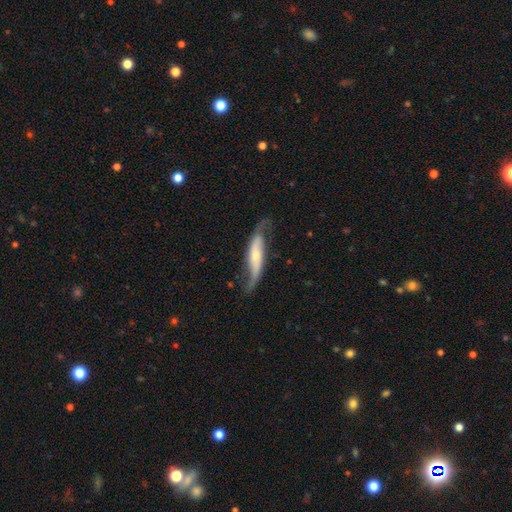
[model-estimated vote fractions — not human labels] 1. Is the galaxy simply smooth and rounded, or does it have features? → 75% featured or disk, 19% smooth, 6% star or artifact.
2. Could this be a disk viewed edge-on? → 73% no, 27% yes.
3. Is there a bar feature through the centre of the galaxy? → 48% no, 27% weak, 25% strong.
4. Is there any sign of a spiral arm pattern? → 91% yes, 9% no.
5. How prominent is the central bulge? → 55% small, 35% moderate, 4% none, 4% large, 2% dominant.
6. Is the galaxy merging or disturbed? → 62% none, 23% minor disturbance, 13% major disturbance, 2% merger.